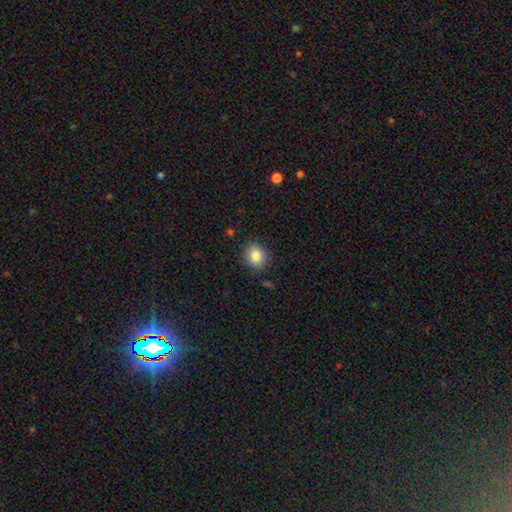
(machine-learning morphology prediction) smooth 85%, star or artifact 9%, featured or disk 5%. Down the decision tree: how rounded — round (60%); merging — none (87%).